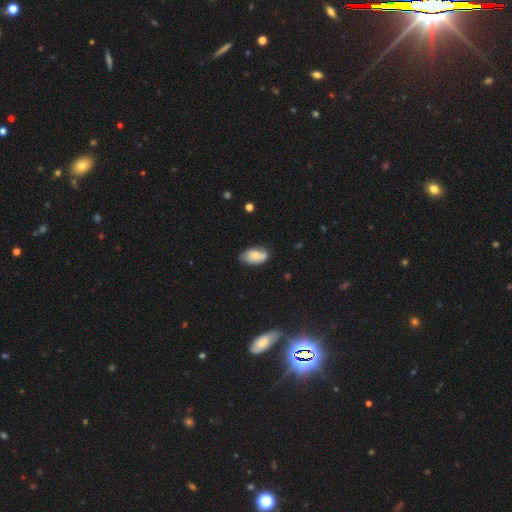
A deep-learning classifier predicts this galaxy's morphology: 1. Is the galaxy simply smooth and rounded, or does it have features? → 53% smooth, 39% featured or disk, 8% star or artifact.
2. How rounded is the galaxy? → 91% in between, 7% round, 2% cigar-shaped.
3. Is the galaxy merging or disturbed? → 62% none, 27% minor disturbance, 6% major disturbance, 5% merger.